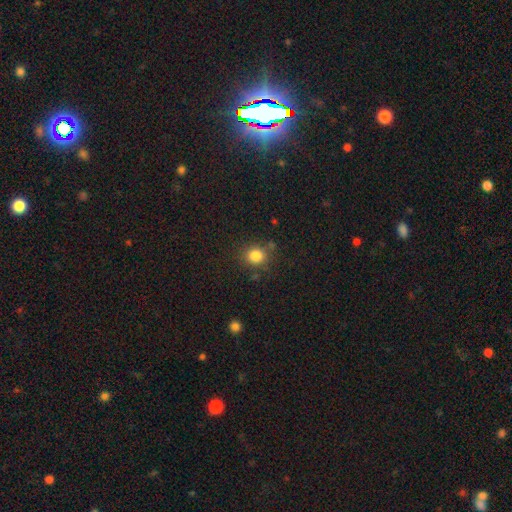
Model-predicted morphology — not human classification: Smooth or featured?
  - smooth: 83% *
  - star or artifact: 12%
  - featured or disk: 5%
How rounded?
  - round: 80% *
  - in between: 19%
  - cigar-shaped: 1%
Merging?
  - none: 79% *
  - minor disturbance: 12%
  - merger: 5%
  - major disturbance: 4%